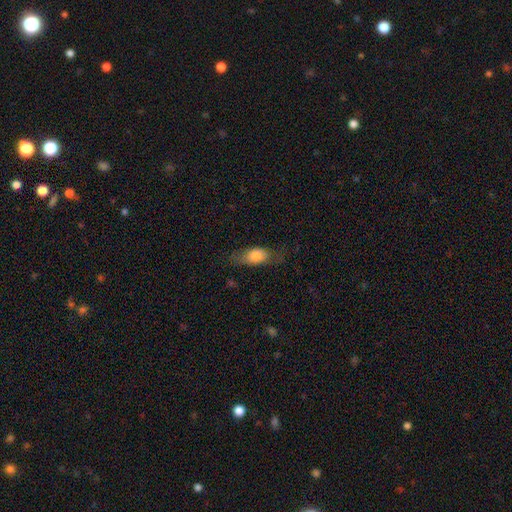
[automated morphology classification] The model was most divided on "merging": none: 62%, minor disturbance: 24%, major disturbance: 13%, merger: 1%. More confident: how rounded — in between (77%); smooth or featured — smooth (73%).